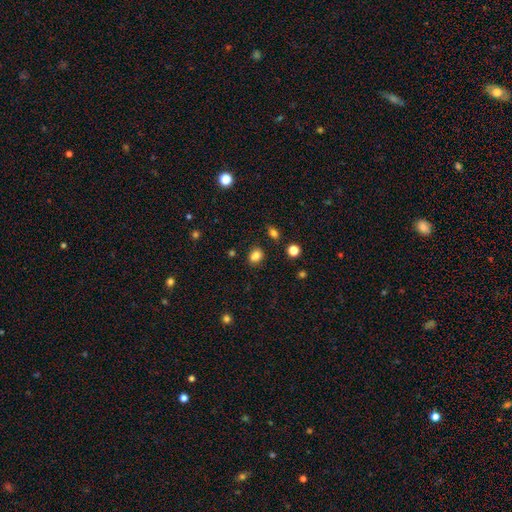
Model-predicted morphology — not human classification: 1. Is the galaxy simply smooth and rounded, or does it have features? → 83% smooth, 12% star or artifact, 5% featured or disk.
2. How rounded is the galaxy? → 51% in between, 48% round, 1% cigar-shaped.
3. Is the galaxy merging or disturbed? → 81% none, 12% minor disturbance, 4% merger, 3% major disturbance.